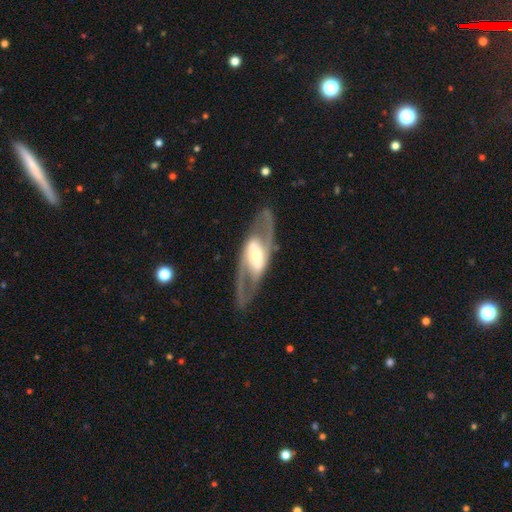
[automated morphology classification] Smooth or featured? featured or disk (83%)
Edge-on disk? no (88%)
Bar? strong (48%)
Spiral arms? yes (83%)
Spiral winding? medium (50%)
Spiral arm count? 2 (88%)
Bulge size? moderate (45%)
Merging? none (78%)